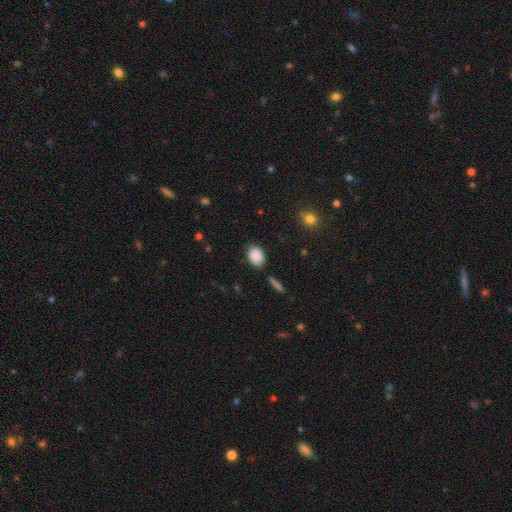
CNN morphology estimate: A smooth galaxy with no disk features (88%) that is in between round and cigar-shaped (76%).

Vote fractions:
- Smooth or featured? smooth: 88% / star or artifact: 8% / featured or disk: 4%
- How rounded? in between: 76% / round: 22% / cigar-shaped: 1%
- Merging? none: 81% / minor disturbance: 13% / merger: 3% / major disturbance: 3%